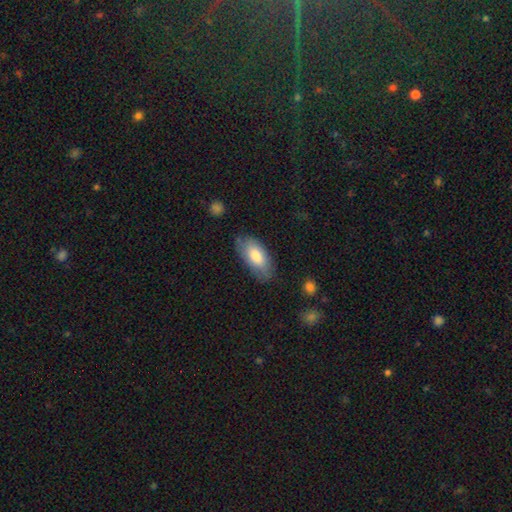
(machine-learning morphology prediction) Overall: smooth (78%). How rounded: in between (90%). Merging: none (74%).